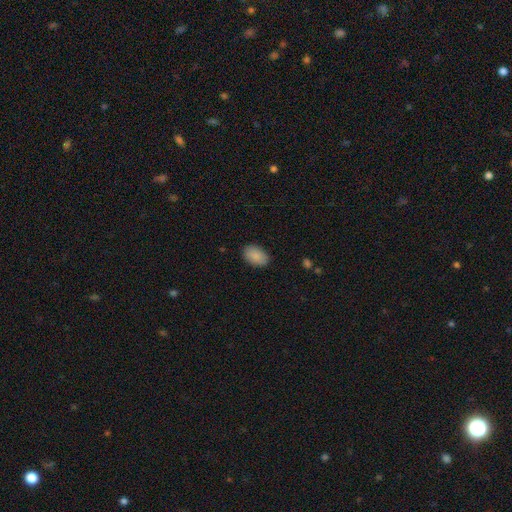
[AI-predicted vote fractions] Smooth or featured?
  - smooth: 88% *
  - star or artifact: 7%
  - featured or disk: 6%
How rounded?
  - in between: 89% *
  - round: 10%
  - cigar-shaped: 1%
Merging?
  - none: 87% *
  - minor disturbance: 10%
  - major disturbance: 2%
  - merger: 1%